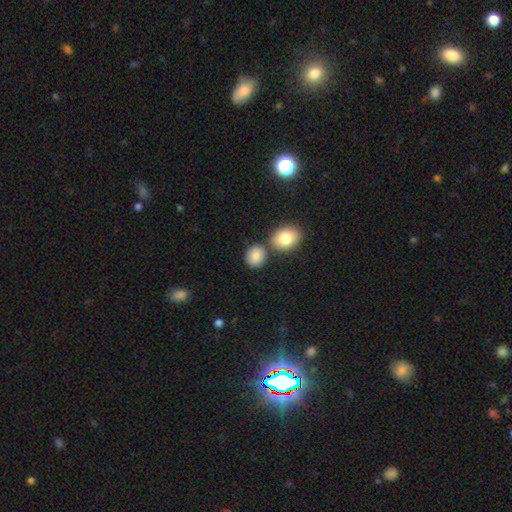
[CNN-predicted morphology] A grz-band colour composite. It shows a smooth galaxy with no disk features (85%) that is round (70%). Merging: none (71%).